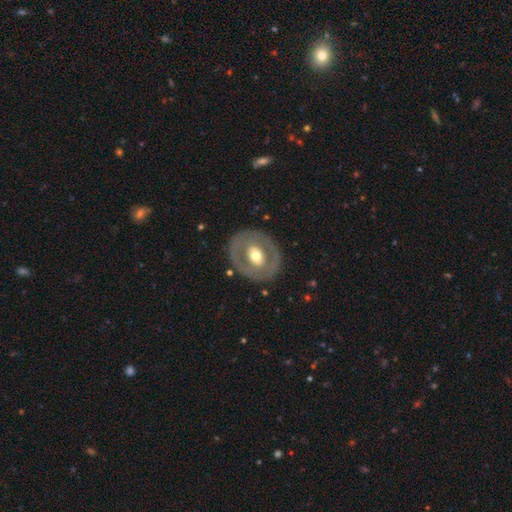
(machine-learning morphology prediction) Smooth or featured? Predicted: featured or disk (p=0.60). Edge-on disk? Predicted: no (p=0.94). Bar? Predicted: no (p=0.57). Spiral arms? Predicted: no (p=0.85). Bulge size? Predicted: moderate (p=0.70). Merging? Predicted: none (p=0.81).